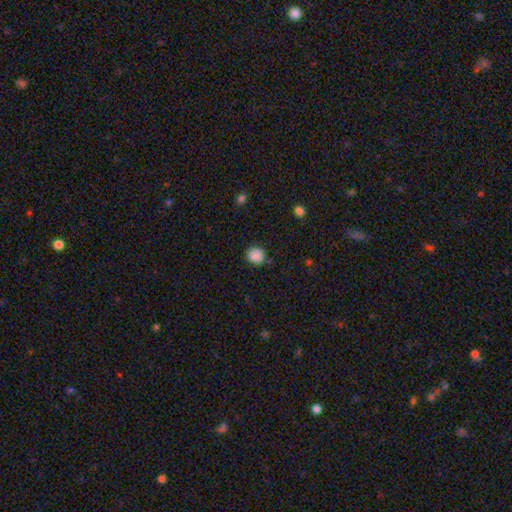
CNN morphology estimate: smooth-or-featured: smooth: 87% | star or artifact: 10% | featured or disk: 3%
  how-rounded: round: 87% | in between: 12% | cigar-shaped: 1%
  merging: none: 84% | minor disturbance: 11% | major disturbance: 3% | merger: 2%